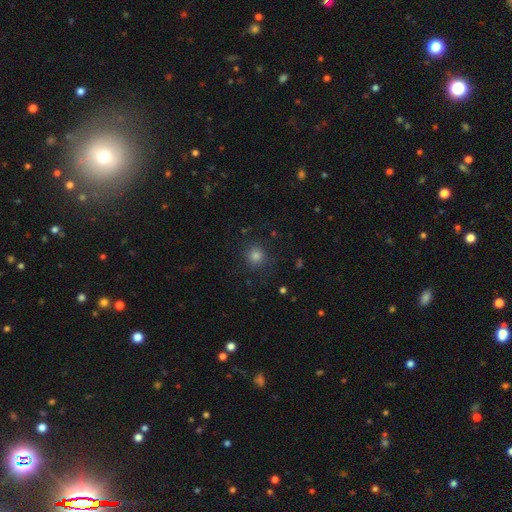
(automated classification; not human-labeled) Smooth or featured?
  - smooth: 76% *
  - star or artifact: 18%
  - featured or disk: 7%
How rounded?
  - round: 92% *
  - in between: 7%
  - cigar-shaped: 1%
Merging?
  - none: 85% *
  - minor disturbance: 9%
  - major disturbance: 4%
  - merger: 1%